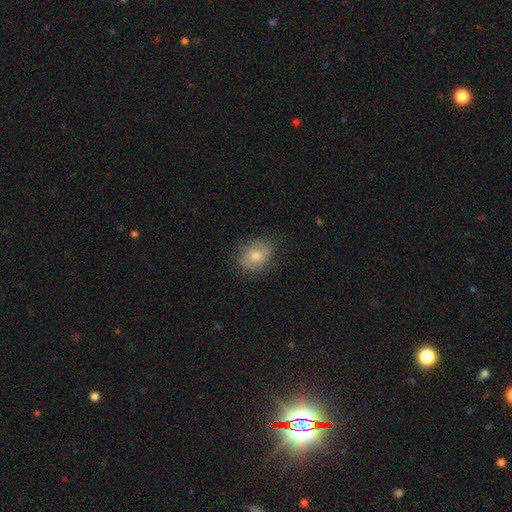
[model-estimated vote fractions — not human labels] Morphology: type=smooth (60%); roundness=in between (50%); merging=none (79%).